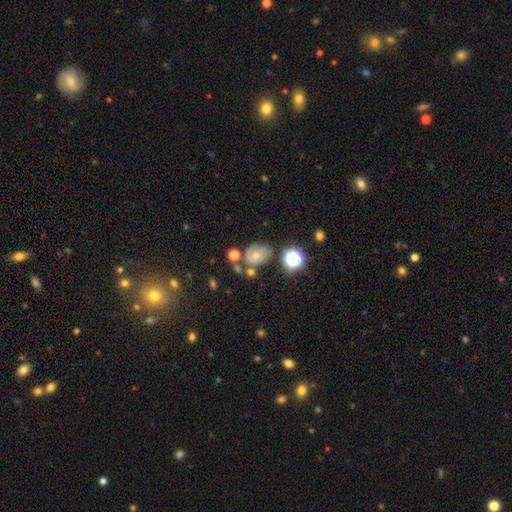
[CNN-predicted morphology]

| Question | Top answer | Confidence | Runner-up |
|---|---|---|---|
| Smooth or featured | smooth | 54% | featured or disk (29%) |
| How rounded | in between | 57% | round (42%) |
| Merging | none | 50% | minor disturbance (25%) |